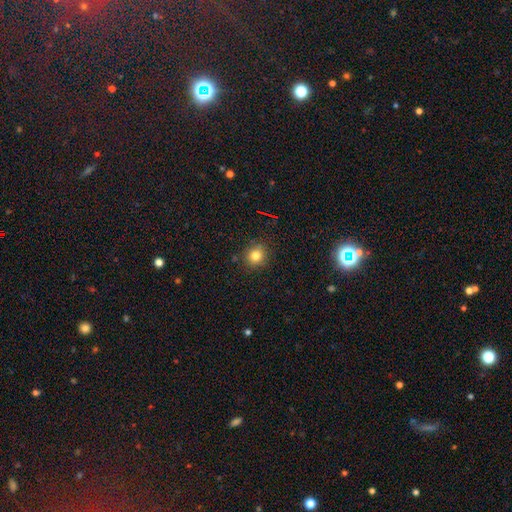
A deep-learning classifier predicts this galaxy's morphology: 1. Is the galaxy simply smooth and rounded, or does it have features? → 80% smooth, 14% star or artifact, 7% featured or disk.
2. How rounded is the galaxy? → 84% round, 15% in between, 1% cigar-shaped.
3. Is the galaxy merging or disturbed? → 87% none, 9% minor disturbance, 2% major disturbance, 2% merger.